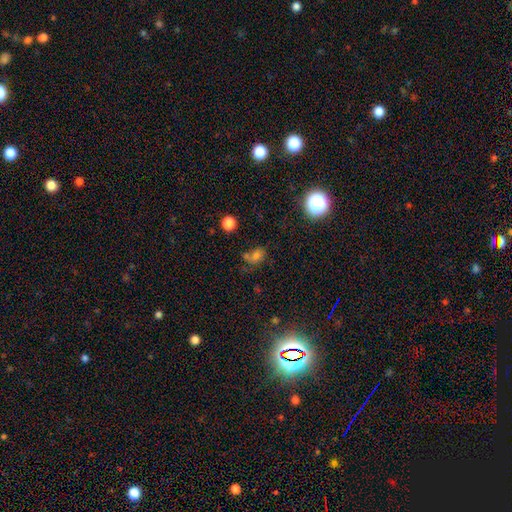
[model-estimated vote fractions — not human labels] This is possibly a smooth galaxy (56%). How rounded: possibly in between (60%). Merging: possibly none (48%).